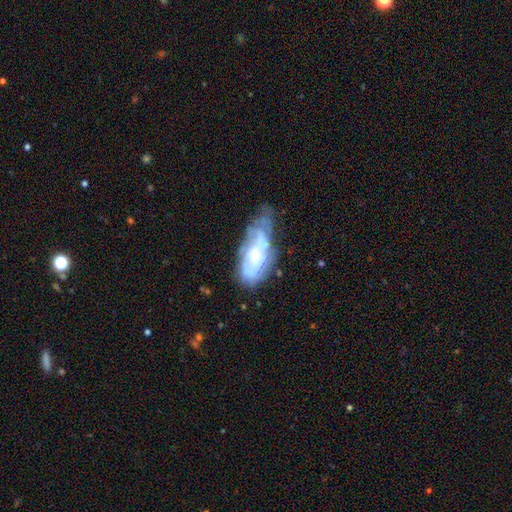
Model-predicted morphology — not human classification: A featured or disk galaxy (61%) with no bar (69%), spiral arms (57%) and a small central bulge (46%).

Vote fractions:
- Smooth or featured? featured or disk: 61% / smooth: 31% / star or artifact: 7%
- Edge-on disk? no: 91% / yes: 9%
- Bar? no: 69% / weak: 25% / strong: 6%
- Spiral arms? yes: 57% / no: 43%
- Bulge size? small: 46% / moderate: 44% / large: 5% / none: 4% / dominant: 1%
- Merging? minor disturbance: 36% / none: 34% / major disturbance: 24% / merger: 6%